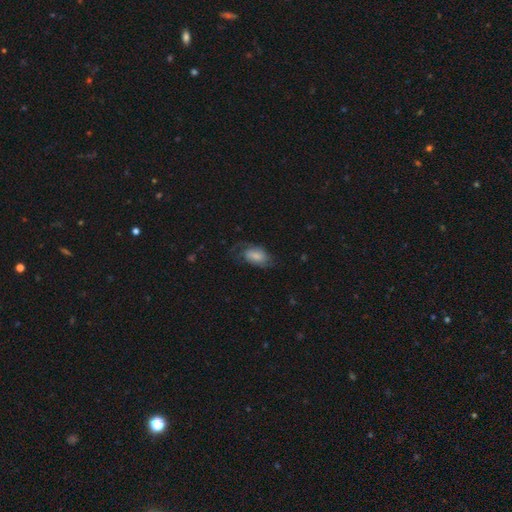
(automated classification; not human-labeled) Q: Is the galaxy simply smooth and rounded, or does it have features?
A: smooth — 50%.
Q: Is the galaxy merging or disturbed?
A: none — 53%.